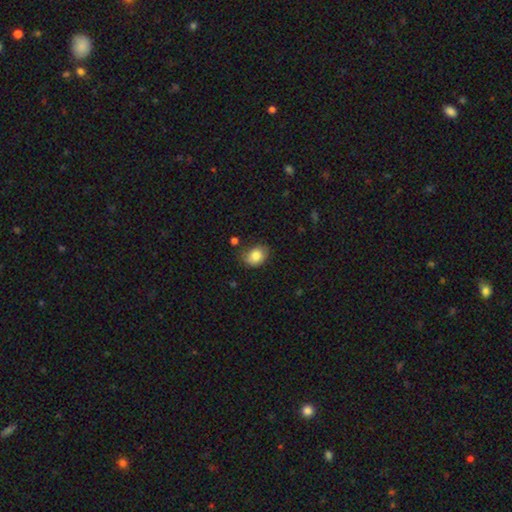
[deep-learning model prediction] smooth-or-featured: smooth: 83% | featured or disk: 9% | star or artifact: 8%
  how-rounded: in between: 64% | round: 35% | cigar-shaped: 1%
  merging: none: 65% | minor disturbance: 26% | major disturbance: 6% | merger: 3%